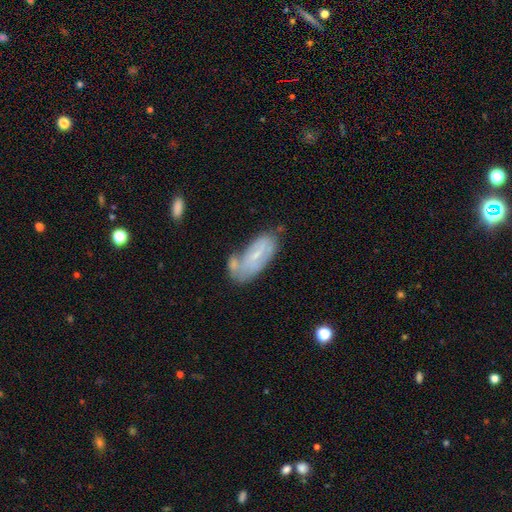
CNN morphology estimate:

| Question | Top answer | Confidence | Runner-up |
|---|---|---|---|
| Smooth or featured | featured or disk | 53% | smooth (39%) |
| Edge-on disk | no | 89% | yes (11%) |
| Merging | none | 41% | minor disturbance (25%) |